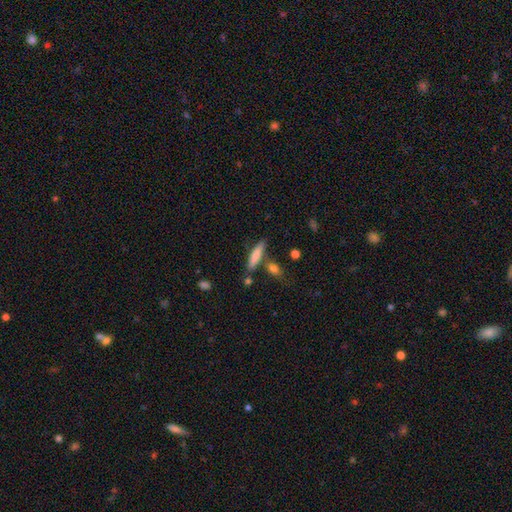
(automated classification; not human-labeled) Overall: smooth (76%). How rounded: cigar-shaped (80%). Merging: none (75%).